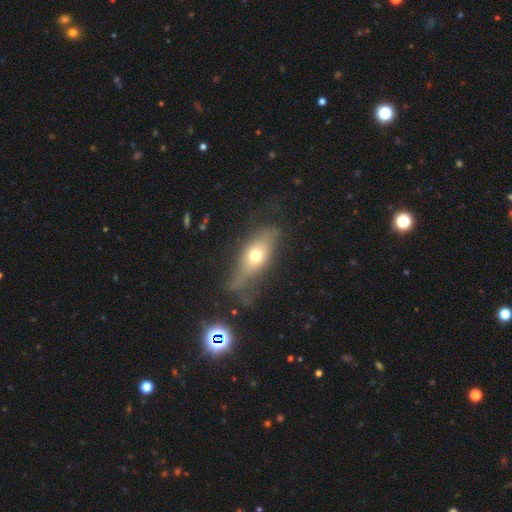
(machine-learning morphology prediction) Smooth or featured? Predicted: smooth (p=0.54). How rounded? Predicted: in between (p=0.66). Merging? Predicted: none (p=0.43).